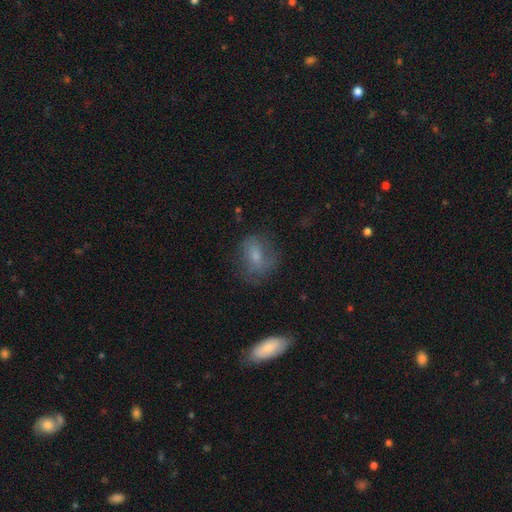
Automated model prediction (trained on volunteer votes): A smooth galaxy with no disk features (57%) that is in between round and cigar-shaped (60%). Merging: none (56%).